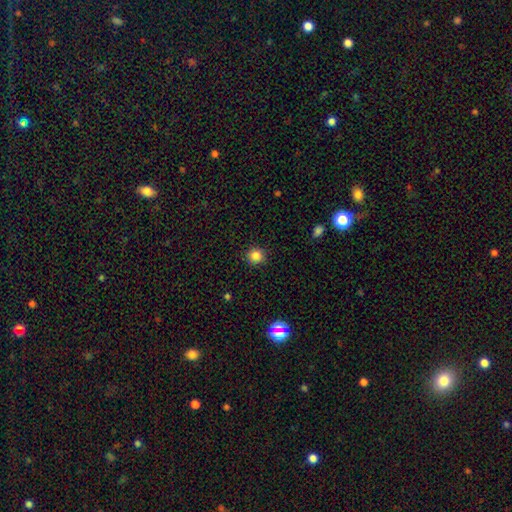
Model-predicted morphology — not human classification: Overall: smooth (84%). How rounded: round (91%). Merging: none (91%).